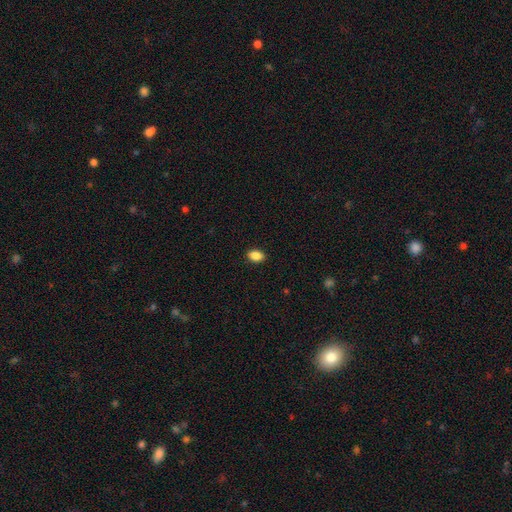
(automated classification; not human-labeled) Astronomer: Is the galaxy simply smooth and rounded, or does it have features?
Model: smooth — 88%.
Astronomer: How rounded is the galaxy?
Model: in between — 79%.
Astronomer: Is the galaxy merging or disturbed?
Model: none — 90%.